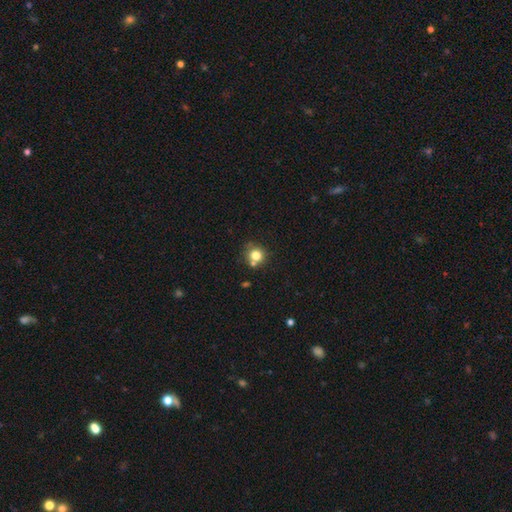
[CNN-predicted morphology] Smooth or featured?
  - smooth: 78% *
  - star or artifact: 13%
  - featured or disk: 9%
How rounded?
  - round: 88% *
  - in between: 11%
  - cigar-shaped: 1%
Merging?
  - none: 67% *
  - merger: 19%
  - minor disturbance: 11%
  - major disturbance: 4%